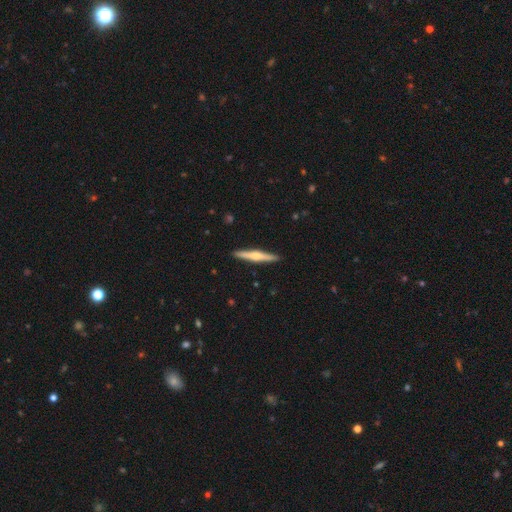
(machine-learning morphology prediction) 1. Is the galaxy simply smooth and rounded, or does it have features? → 60% featured or disk, 35% smooth, 5% star or artifact.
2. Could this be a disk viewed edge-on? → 98% yes, 2% no.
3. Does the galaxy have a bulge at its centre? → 84% rounded, 8% none, 7% boxy.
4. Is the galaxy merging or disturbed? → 92% none, 6% minor disturbance, 1% major disturbance, 1% merger.